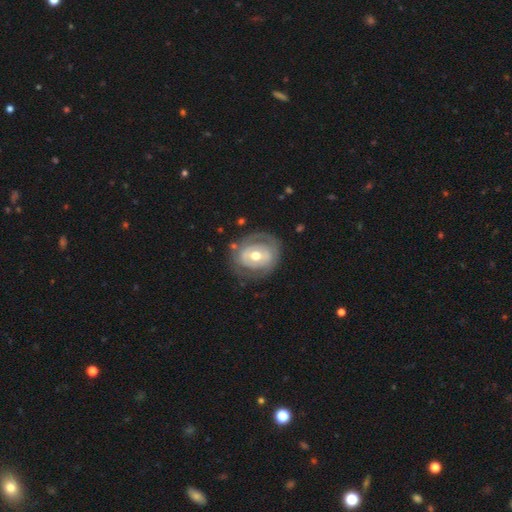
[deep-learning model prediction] A featured or disk galaxy (66%) with no bar (52%), no spiral arms (57%) and a moderate central bulge (75%).

Vote fractions:
- Smooth or featured? featured or disk: 66% / smooth: 29% / star or artifact: 5%
- Edge-on disk? no: 96% / yes: 4%
- Bar? no: 52% / weak: 32% / strong: 17%
- Spiral arms? no: 57% / yes: 43%
- Bulge size? moderate: 75% / small: 15% / large: 8% / dominant: 1% / none: 1%
- Merging? none: 69% / minor disturbance: 18% / major disturbance: 10% / merger: 2%